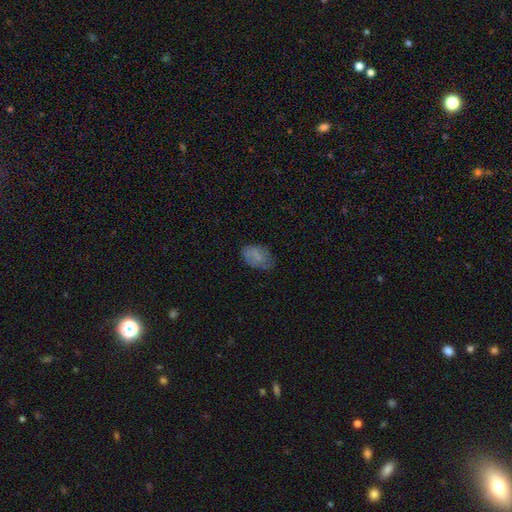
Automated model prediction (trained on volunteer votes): This is likely a smooth galaxy (73%). How rounded: clearly in between (87%). Merging: likely none (60%).